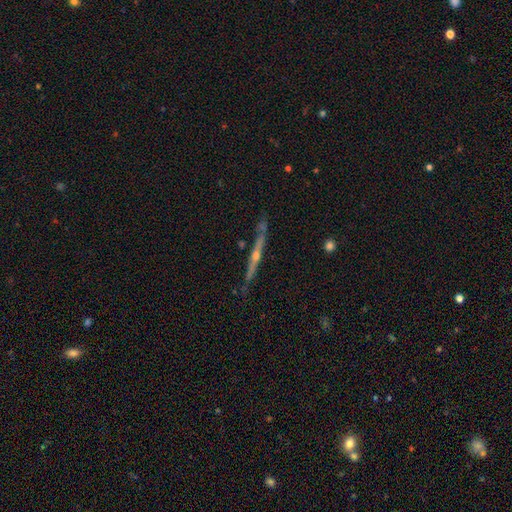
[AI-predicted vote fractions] Smooth or featured: featured or disk — 76% (smooth — 14%)
Edge-on disk: yes — 95% (no — 5%)
Edge-on bulge: rounded — 76% (none — 18%)
Merging: none — 80% (minor disturbance — 12%)